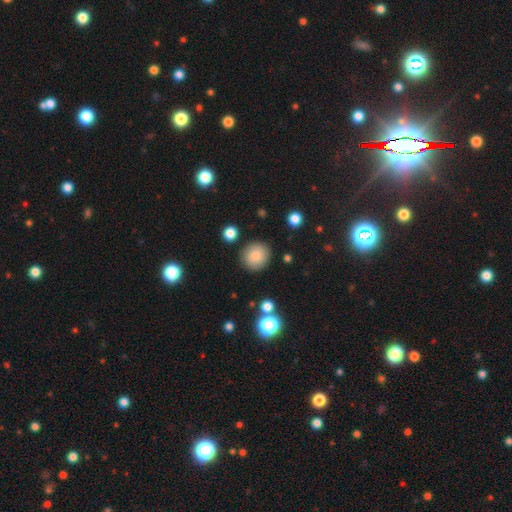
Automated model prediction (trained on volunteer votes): A smooth galaxy with no disk features (83%) that is round (89%).

Vote fractions:
- Smooth or featured? smooth: 83% / star or artifact: 9% / featured or disk: 8%
- How rounded? round: 89% / in between: 10% / cigar-shaped: 1%
- Merging? none: 88% / minor disturbance: 8% / major disturbance: 3% / merger: 2%